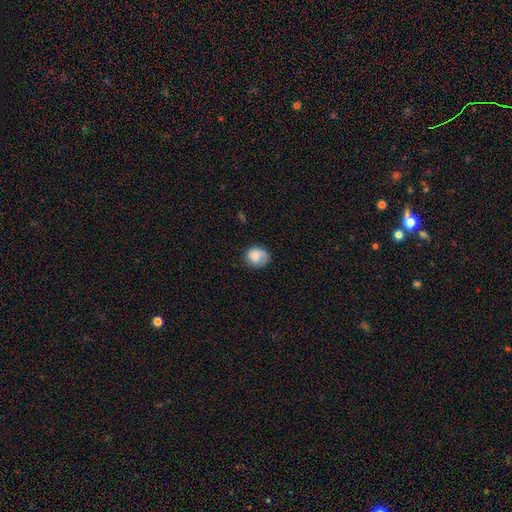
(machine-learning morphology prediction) Smooth or featured?
  - smooth: 77% *
  - featured or disk: 15%
  - star or artifact: 8%
How rounded?
  - round: 68% *
  - in between: 31%
  - cigar-shaped: 1%
Merging?
  - none: 65% *
  - minor disturbance: 25%
  - major disturbance: 9%
  - merger: 2%